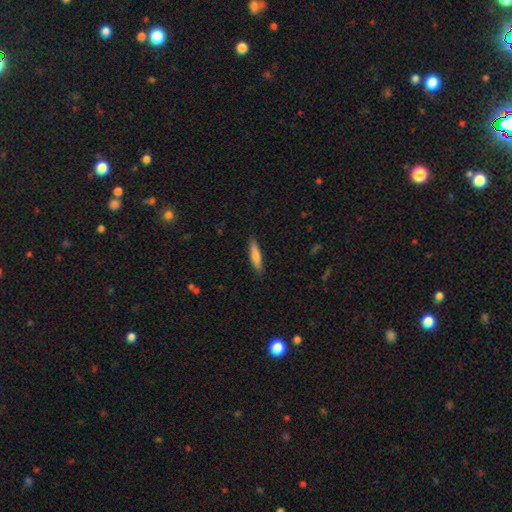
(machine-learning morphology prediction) This appears to be a smooth galaxy with no disk features (74%) that is cigar-shaped (80%). Merging: none (89%).